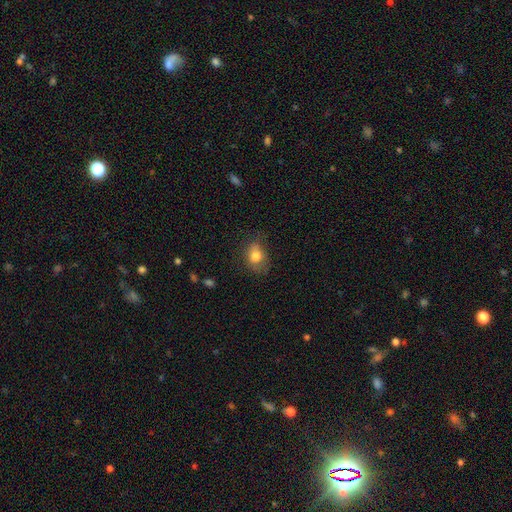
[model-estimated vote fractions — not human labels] A smooth galaxy with no disk features (77%) that is in between round and cigar-shaped (64%). Merging: none (64%).